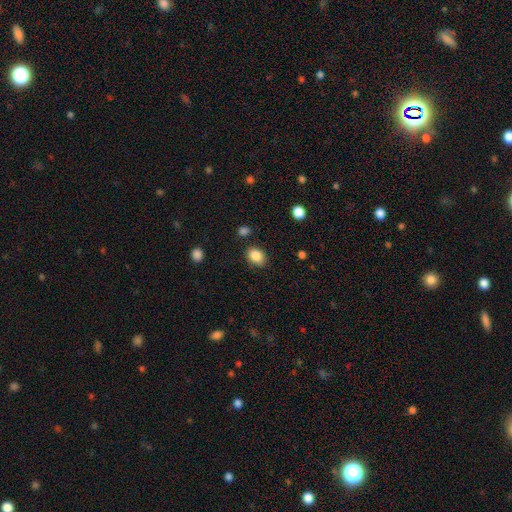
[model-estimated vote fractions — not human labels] smooth 86%, star or artifact 9%, featured or disk 5%. Down the decision tree: how rounded — in between (64%); merging — none (80%).